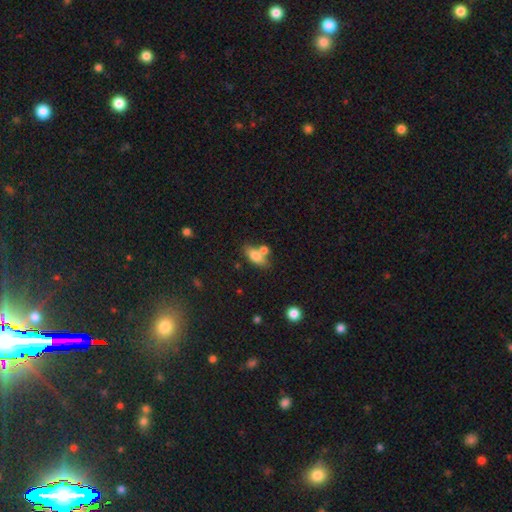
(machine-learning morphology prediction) Smooth or featured? smooth (74%)
How rounded? in between (77%)
Merging? none (56%)